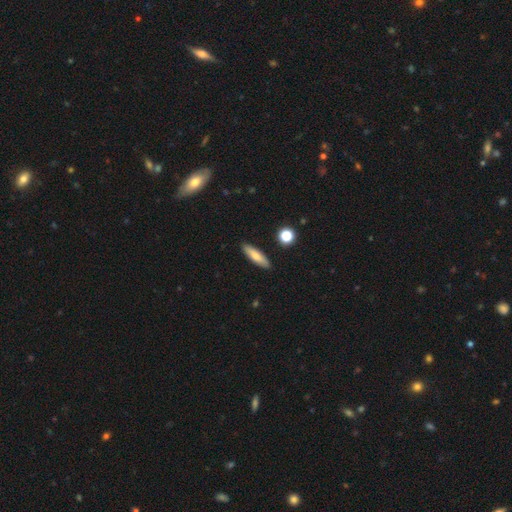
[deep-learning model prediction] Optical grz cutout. It shows a smooth galaxy with no disk features (75%) that is cigar-shaped (66%). Merging: none (89%).